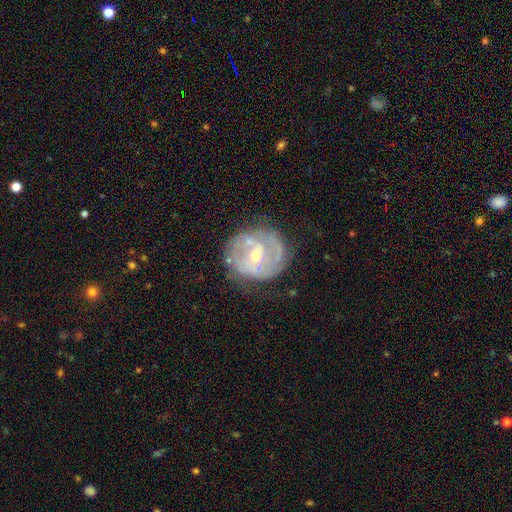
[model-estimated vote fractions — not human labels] A featured or disk galaxy (76%) with no bar (49%), 2 (42%) tight (53%) spiral arms (77%) and a small central bulge (53%).

Vote fractions:
- Smooth or featured? featured or disk: 76% / smooth: 17% / star or artifact: 7%
- Edge-on disk? no: 97% / yes: 3%
- Bar? no: 49% / weak: 39% / strong: 12%
- Spiral arms? yes: 77% / no: 23%
- Spiral winding? tight: 53% / medium: 34% / loose: 13%
- Spiral arm count? 2: 42% / can't tell: 34% / 3: 12% / 1: 5% / 4: 4% / more than 4: 3%
- Bulge size? small: 53% / moderate: 44% / large: 2% / none: 1% / dominant: 1%
- Merging? none: 67% / minor disturbance: 21% / major disturbance: 10% / merger: 3%